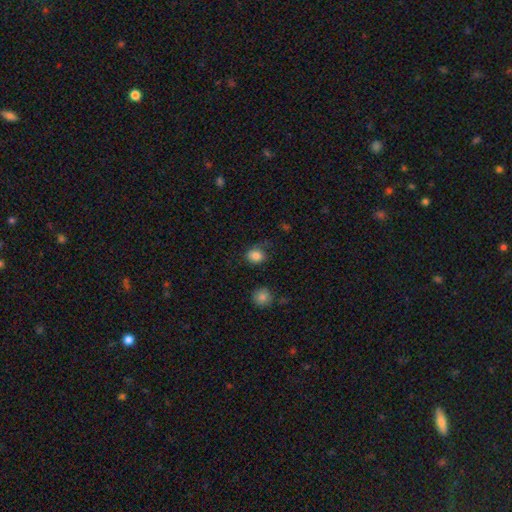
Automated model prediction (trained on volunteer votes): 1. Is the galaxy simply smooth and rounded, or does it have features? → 84% smooth, 10% star or artifact, 6% featured or disk.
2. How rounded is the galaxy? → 58% round, 41% in between, 1% cigar-shaped.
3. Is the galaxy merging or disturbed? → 64% none, 23% minor disturbance, 11% major disturbance, 2% merger.